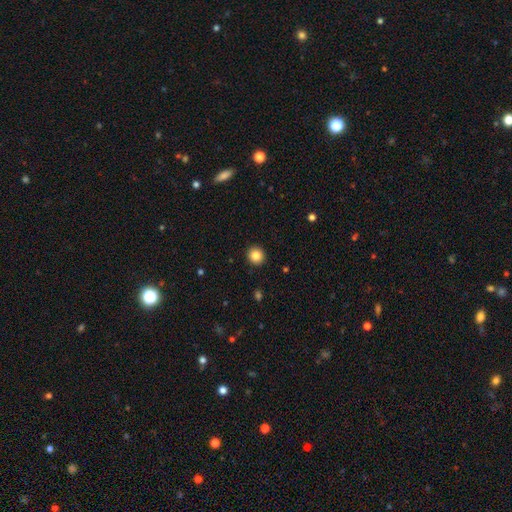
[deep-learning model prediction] Smooth or featured? smooth (85%)
How rounded? round (91%)
Merging? none (93%)